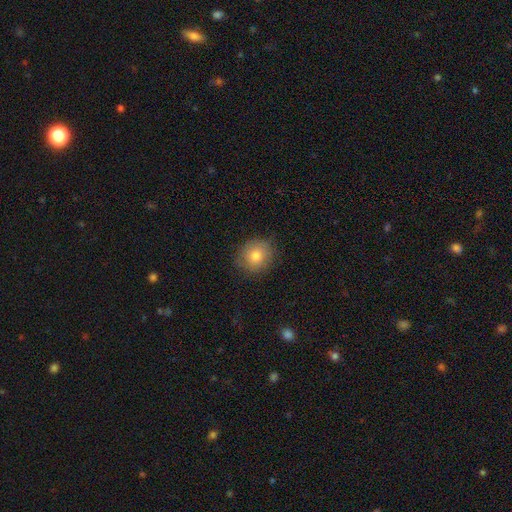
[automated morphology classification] Smooth or featured?
  - smooth: 78% *
  - featured or disk: 13%
  - star or artifact: 10%
How rounded?
  - round: 79% *
  - in between: 20%
  - cigar-shaped: 1%
Merging?
  - none: 82% *
  - minor disturbance: 13%
  - major disturbance: 3%
  - merger: 1%